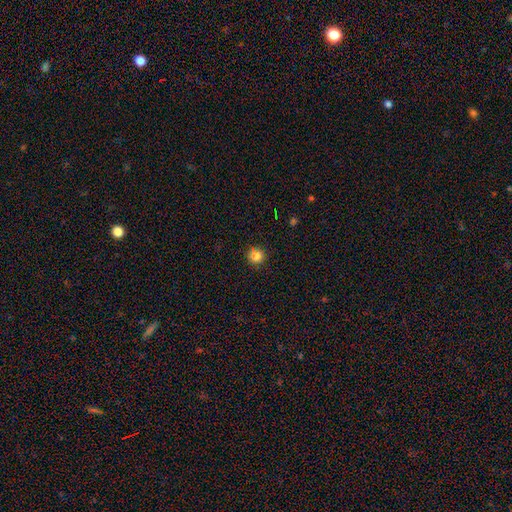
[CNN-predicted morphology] This appears to be a smooth galaxy with no disk features (83%) that is round (92%). Merging: none (91%).